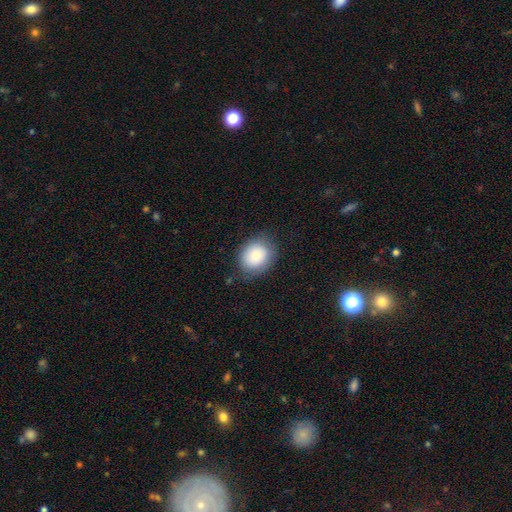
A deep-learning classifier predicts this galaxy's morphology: A smooth galaxy with no disk features (83%) that is round (56%). Merging: none (78%).